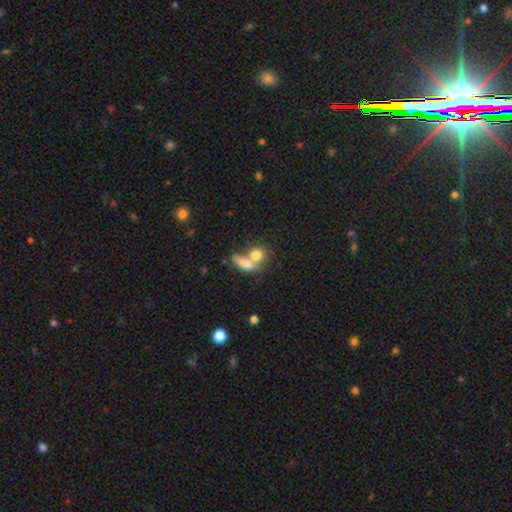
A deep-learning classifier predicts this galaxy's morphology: Smooth or featured? Predicted: smooth (p=0.78). How rounded? Predicted: round (p=0.52). Merging? Predicted: merger (p=0.57).